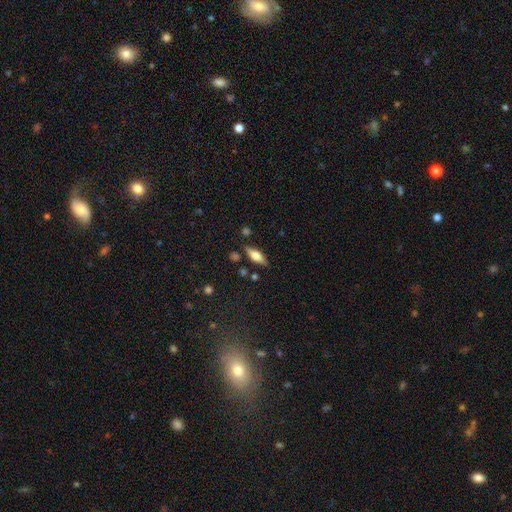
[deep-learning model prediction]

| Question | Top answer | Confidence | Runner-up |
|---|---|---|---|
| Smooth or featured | smooth | 55% | featured or disk (37%) |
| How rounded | in between | 59% | cigar-shaped (38%) |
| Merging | none | 81% | minor disturbance (12%) |